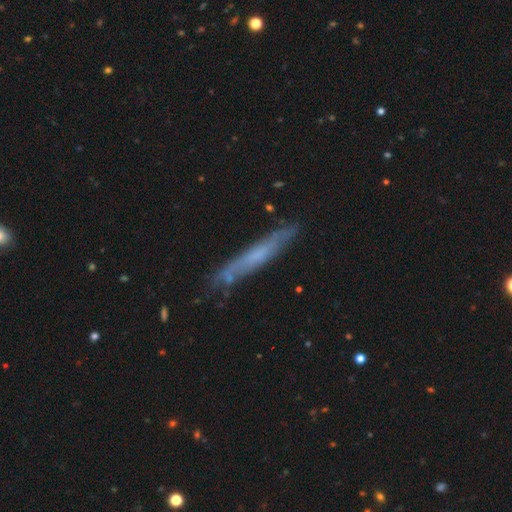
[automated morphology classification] Smooth or featured?
  - featured or disk: 51% *
  - smooth: 41%
  - star or artifact: 8%
Edge-on disk?
  - yes: 81% *
  - no: 19%
Merging?
  - none: 76% *
  - minor disturbance: 18%
  - major disturbance: 3%
  - merger: 3%